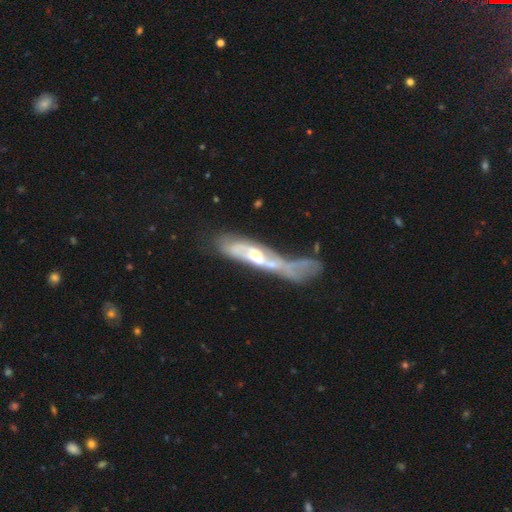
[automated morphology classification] This is likely a featured or disk galaxy (68%). It is likely not viewed edge-on (62%). Merging: marginally merger (39%).